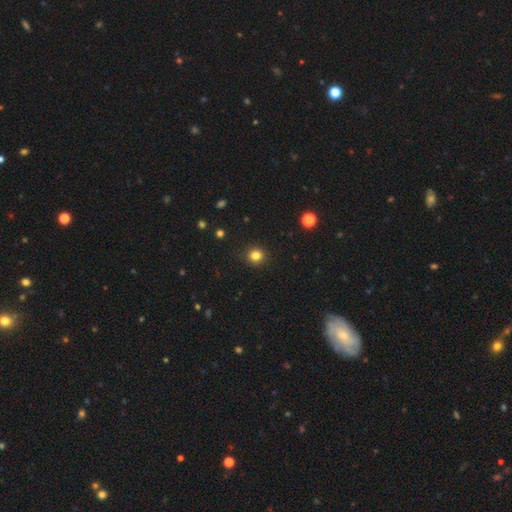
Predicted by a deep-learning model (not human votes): Q: Smooth or featured?
A: smooth (82%); runner-up: star or artifact (13%)
Q: How rounded?
A: round (90%); runner-up: in between (9%)
Q: Merging?
A: none (90%); runner-up: minor disturbance (7%)